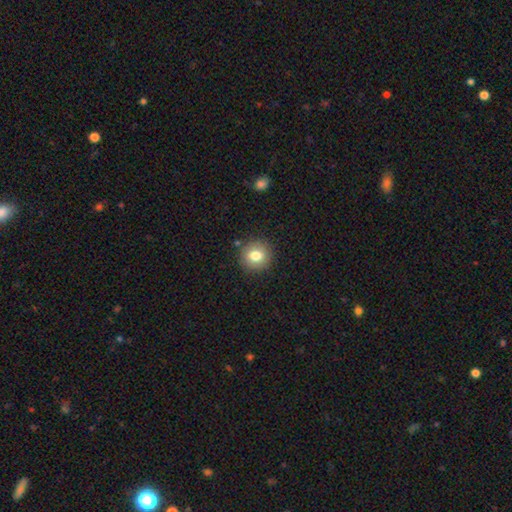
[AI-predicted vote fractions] smooth-or-featured: smooth: 79% | featured or disk: 11% | star or artifact: 10%
  how-rounded: round: 88% | in between: 11% | cigar-shaped: 1%
  merging: none: 88% | minor disturbance: 8% | major disturbance: 2% | merger: 2%